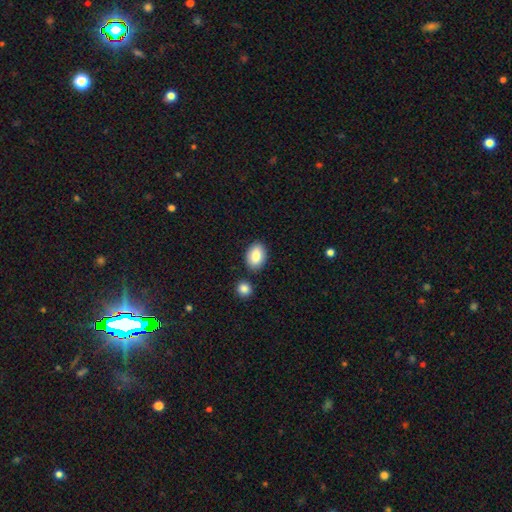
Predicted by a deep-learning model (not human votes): Overall: smooth (86%). How rounded: in between (84%). Merging: none (82%).